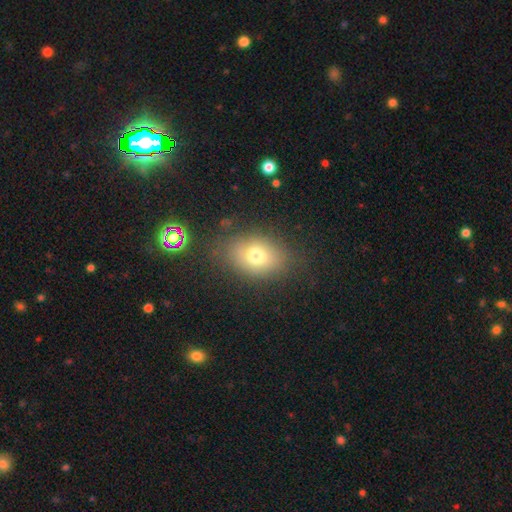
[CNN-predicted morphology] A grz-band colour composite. It shows a smooth galaxy with no disk features (71%) that is in between round and cigar-shaped (69%). Merging: none (74%).